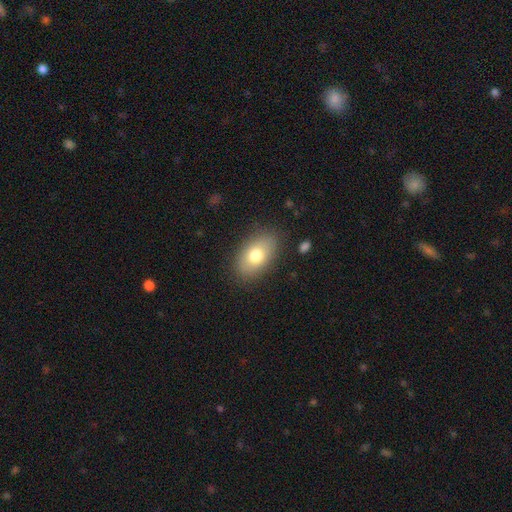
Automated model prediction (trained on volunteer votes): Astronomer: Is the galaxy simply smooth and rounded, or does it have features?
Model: smooth — 75%.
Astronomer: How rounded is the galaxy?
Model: in between — 89%.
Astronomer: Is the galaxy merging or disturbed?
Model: none — 84%.